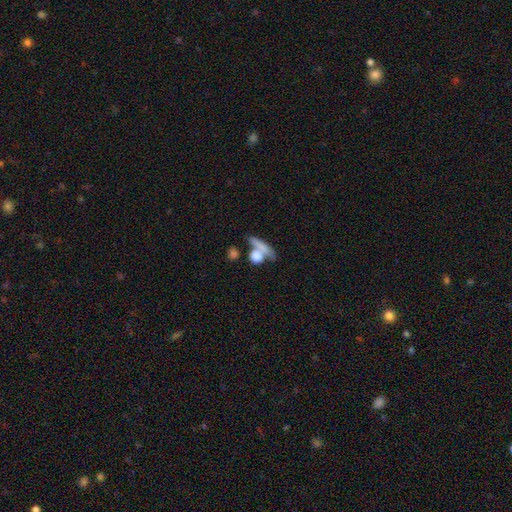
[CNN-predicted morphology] Smooth or featured?
  - smooth: 73% *
  - featured or disk: 17%
  - star or artifact: 10%
How rounded?
  - round: 55% *
  - in between: 29%
  - cigar-shaped: 16%
Merging?
  - merger: 41% *
  - none: 38%
  - minor disturbance: 11%
  - major disturbance: 10%